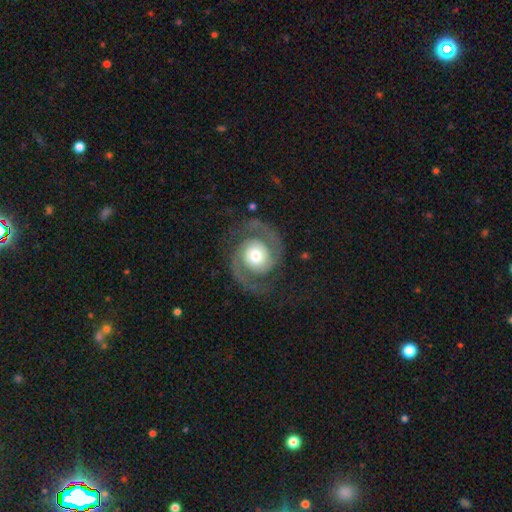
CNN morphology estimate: This appears to be a featured or disk galaxy (91%) with no bar (74%), 2 (94%) medium (52%) spiral arms (98%) and a moderate central bulge (60%). Merging: none (81%).